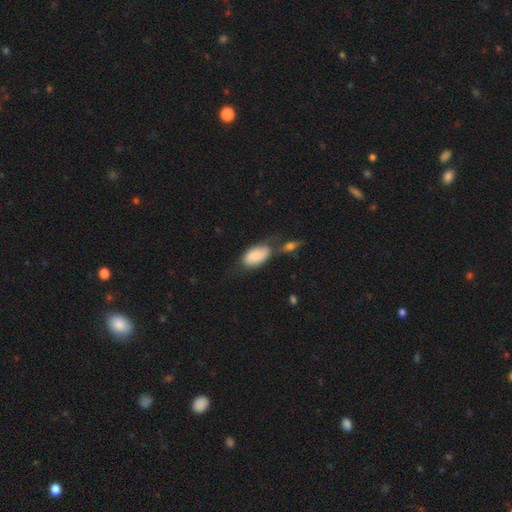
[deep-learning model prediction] A smooth galaxy with no disk features (81%) that is in between round and cigar-shaped (94%).

Vote fractions:
- Smooth or featured? smooth: 81% / featured or disk: 13% / star or artifact: 6%
- How rounded? in between: 94% / round: 3% / cigar-shaped: 3%
- Merging? none: 46% / merger: 24% / minor disturbance: 21% / major disturbance: 8%